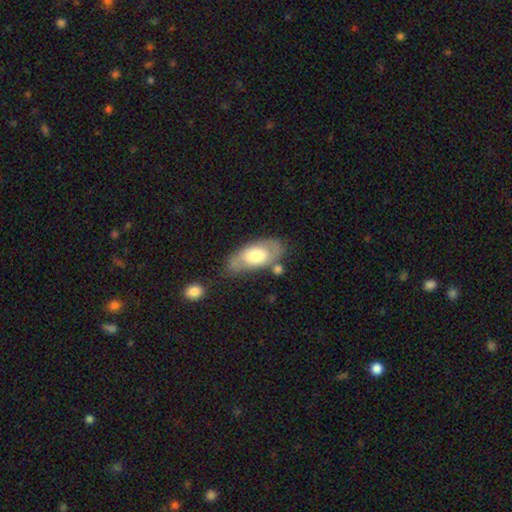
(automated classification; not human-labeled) A smooth galaxy with no disk features (58%) that is in between round and cigar-shaped (88%).

Vote fractions:
- Smooth or featured? smooth: 58% / featured or disk: 37% / star or artifact: 6%
- How rounded? in between: 88% / cigar-shaped: 8% / round: 3%
- Merging? none: 54% / minor disturbance: 25% / merger: 11% / major disturbance: 10%